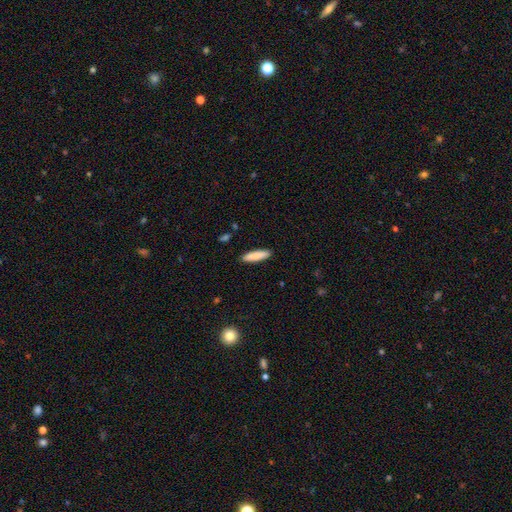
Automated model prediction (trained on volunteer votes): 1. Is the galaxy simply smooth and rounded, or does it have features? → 87% smooth, 8% featured or disk, 6% star or artifact.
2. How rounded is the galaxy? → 73% cigar-shaped, 26% in between, 1% round.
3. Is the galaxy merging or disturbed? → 90% none, 7% minor disturbance, 2% major disturbance, 1% merger.